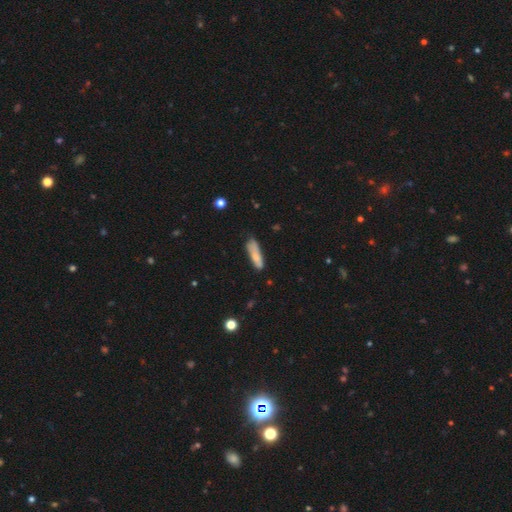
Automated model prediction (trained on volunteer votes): Morphology: type=smooth (77%); roundness=cigar-shaped (65%); merging=none (64%).